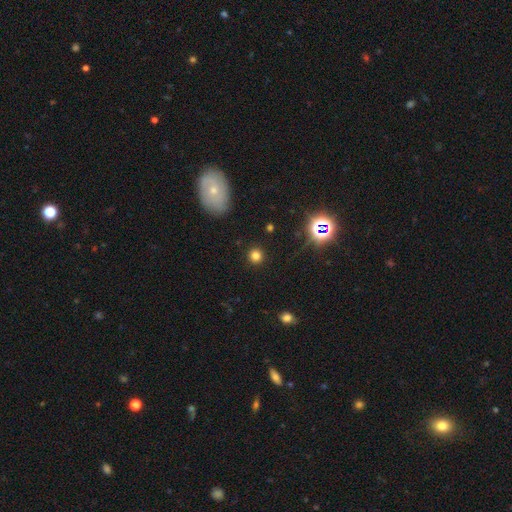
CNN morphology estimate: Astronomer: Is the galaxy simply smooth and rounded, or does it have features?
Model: smooth — 76%.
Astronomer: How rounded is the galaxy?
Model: round — 93%.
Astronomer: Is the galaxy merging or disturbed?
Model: none — 91%.